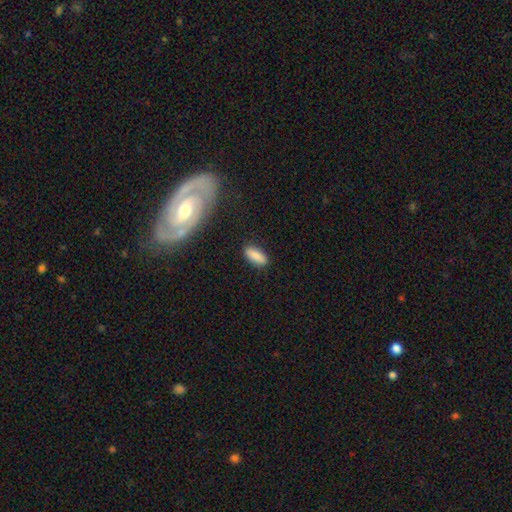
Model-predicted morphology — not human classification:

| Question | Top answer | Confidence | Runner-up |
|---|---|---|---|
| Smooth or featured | smooth | 84% | featured or disk (9%) |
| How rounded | in between | 76% | cigar-shaped (21%) |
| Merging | none | 84% | minor disturbance (11%) |